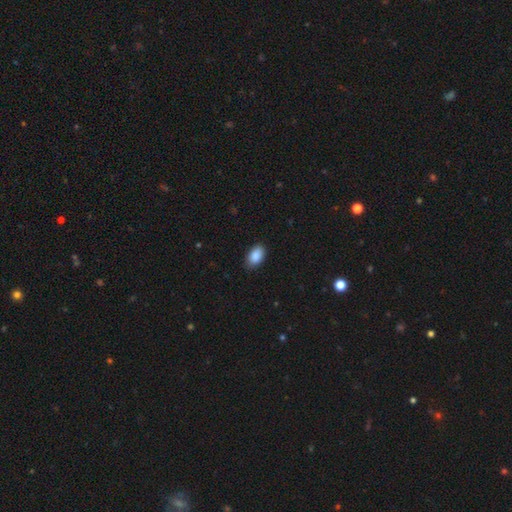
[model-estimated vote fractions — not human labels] Morphology: type=smooth (89%); roundness=in between (93%); merging=none (85%).